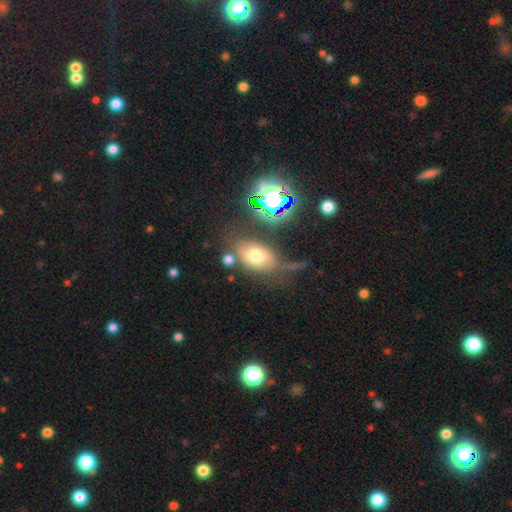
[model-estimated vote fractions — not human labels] Smooth or featured?
  - smooth: 64% *
  - featured or disk: 20%
  - star or artifact: 16%
How rounded?
  - in between: 82% *
  - round: 16%
  - cigar-shaped: 2%
Merging?
  - none: 60% *
  - minor disturbance: 18%
  - major disturbance: 11%
  - merger: 10%